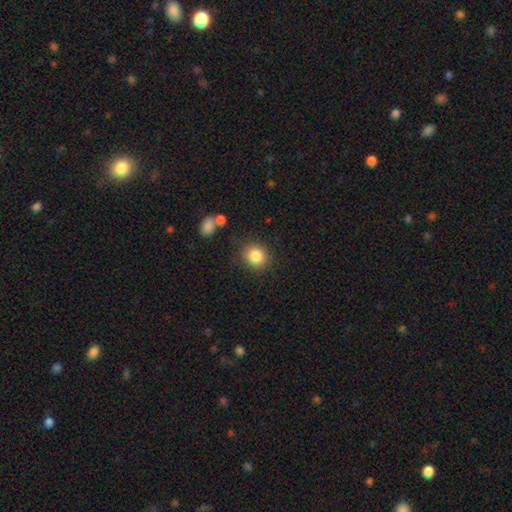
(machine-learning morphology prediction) A smooth galaxy with no disk features (85%) that is round (77%).

Vote fractions:
- Smooth or featured? smooth: 85% / star or artifact: 9% / featured or disk: 6%
- How rounded? round: 77% / in between: 22% / cigar-shaped: 1%
- Merging? none: 83% / minor disturbance: 10% / major disturbance: 3% / merger: 3%